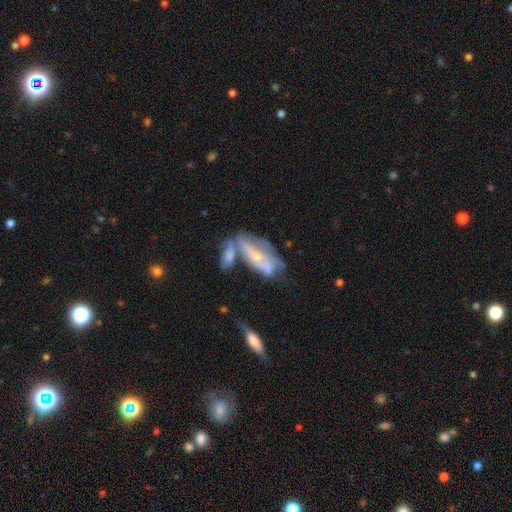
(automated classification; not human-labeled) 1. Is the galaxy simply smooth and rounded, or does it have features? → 58% featured or disk, 34% smooth, 9% star or artifact.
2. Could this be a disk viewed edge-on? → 82% no, 18% yes.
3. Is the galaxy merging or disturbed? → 39% merger, 27% none, 18% minor disturbance, 16% major disturbance.